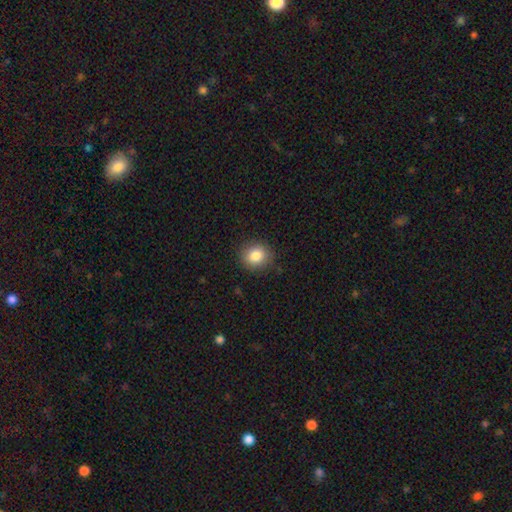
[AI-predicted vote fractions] This is clearly a smooth galaxy (84%). How rounded: clearly round (81%). Merging: clearly none (87%).